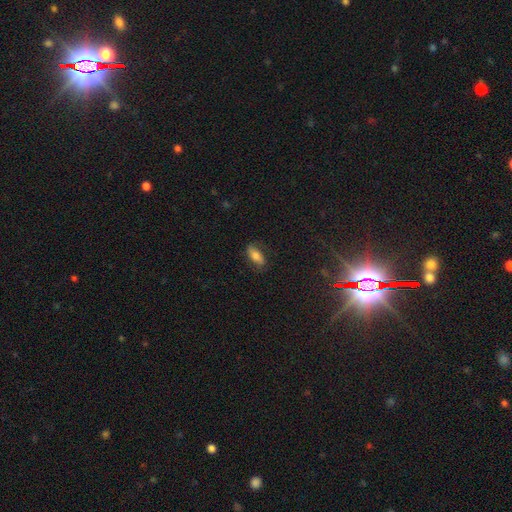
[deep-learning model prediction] Overall: smooth (71%). How rounded: in between (77%). Merging: none (76%).